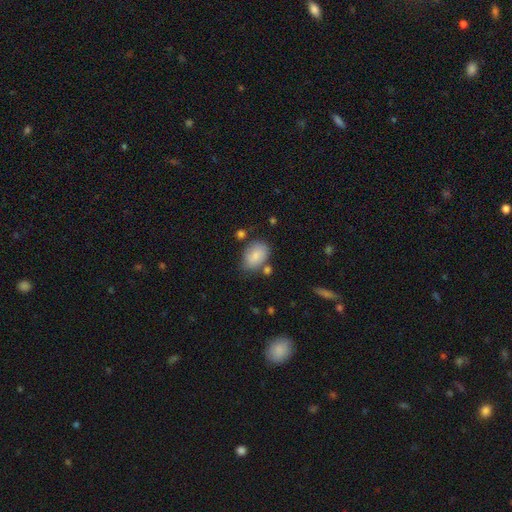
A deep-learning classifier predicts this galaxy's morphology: The model was most divided on "merging": none: 65%, minor disturbance: 22%, merger: 8%, major disturbance: 5%. More confident: smooth or featured — smooth (79%); how rounded — in between (78%).